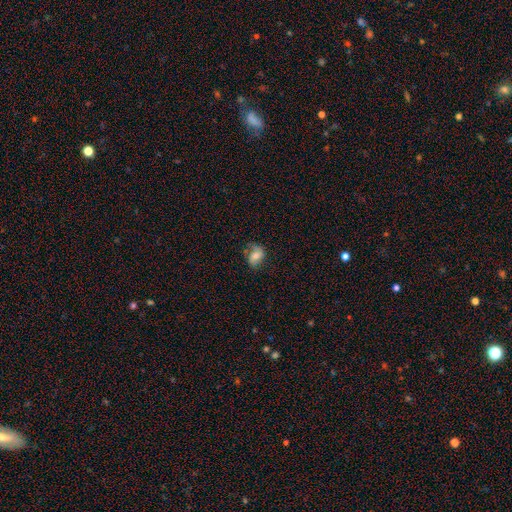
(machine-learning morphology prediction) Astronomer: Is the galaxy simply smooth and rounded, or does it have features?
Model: smooth — 52% (runner-up: featured or disk, 38%).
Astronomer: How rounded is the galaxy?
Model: in between — 70%.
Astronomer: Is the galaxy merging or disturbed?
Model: none — 63%.